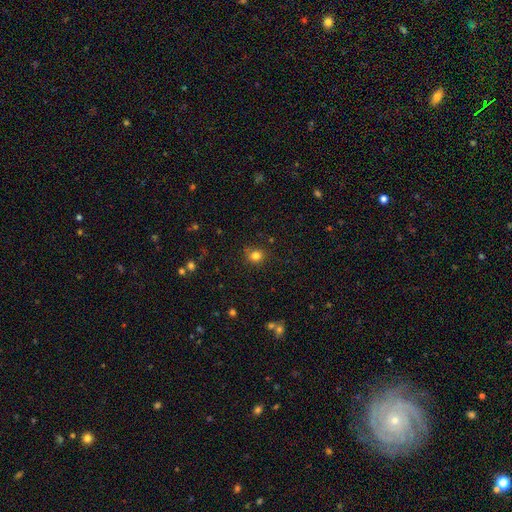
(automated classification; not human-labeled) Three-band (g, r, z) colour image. It shows a smooth galaxy with no disk features (81%) that is round (83%). Merging: none (83%).